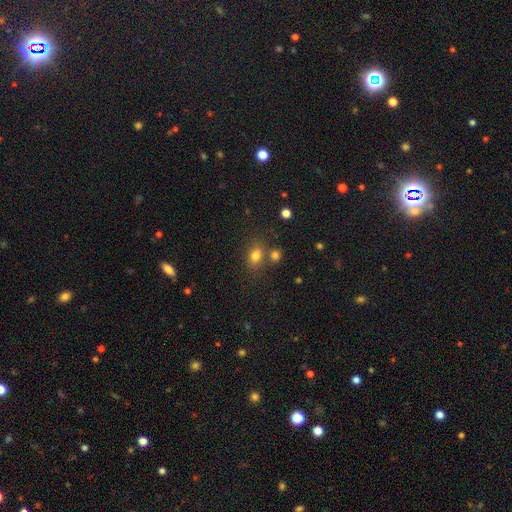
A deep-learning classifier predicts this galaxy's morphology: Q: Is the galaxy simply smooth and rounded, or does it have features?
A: smooth — 78%.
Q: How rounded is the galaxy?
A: in between — 60%.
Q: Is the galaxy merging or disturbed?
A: none — 63%.